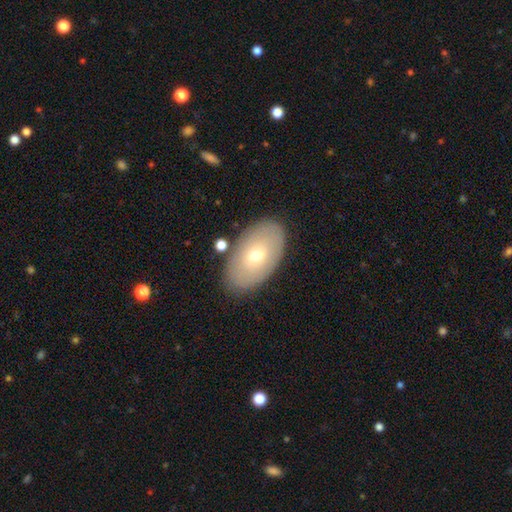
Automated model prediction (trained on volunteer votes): A smooth galaxy with no disk features (59%) that is in between round and cigar-shaped (93%).

Vote fractions:
- Smooth or featured? smooth: 59% / featured or disk: 34% / star or artifact: 7%
- How rounded? in between: 93% / round: 5% / cigar-shaped: 1%
- Merging? none: 82% / minor disturbance: 11% / merger: 3% / major disturbance: 3%